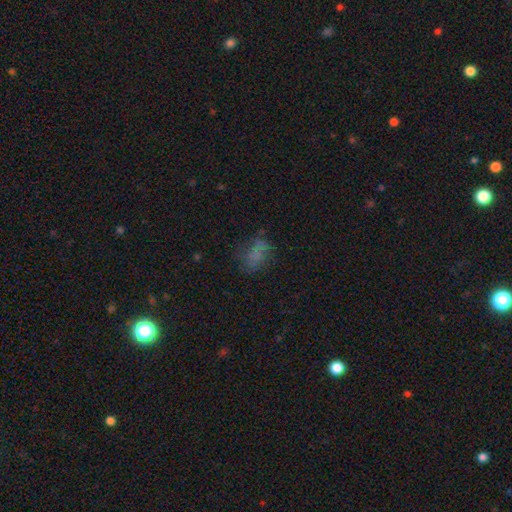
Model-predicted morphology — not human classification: This is likely a smooth galaxy (62%). How rounded: clearly in between (81%). Merging: possibly none (53%).